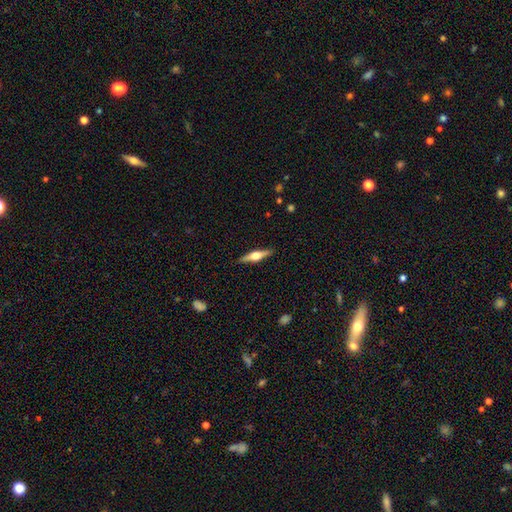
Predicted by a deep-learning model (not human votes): The model was most divided on "smooth or featured": featured or disk: 69%, smooth: 25%, star or artifact: 6%. More confident: edge-on disk — yes (97%); edge-on bulge — rounded (93%); merging — none (90%).